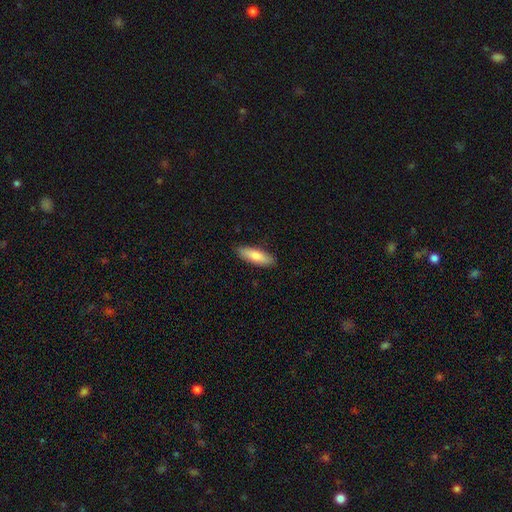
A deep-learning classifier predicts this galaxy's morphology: smooth 79%, featured or disk 15%, star or artifact 6%. Down the decision tree: how rounded — in between (51%); merging — none (88%).